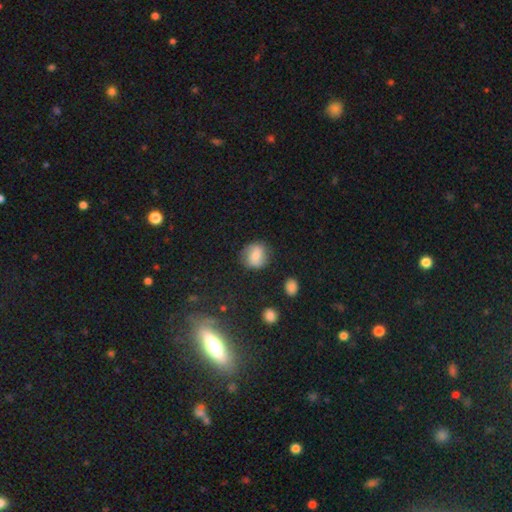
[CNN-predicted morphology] This appears to be a smooth galaxy with no disk features (68%) that is round (82%). Merging: none (79%).